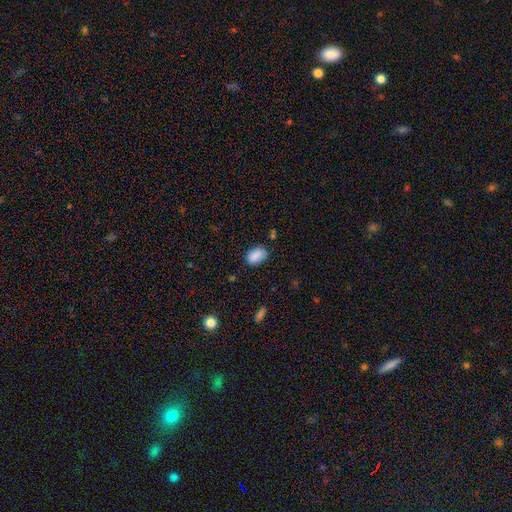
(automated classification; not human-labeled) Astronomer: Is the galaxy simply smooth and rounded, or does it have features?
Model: smooth — 88%.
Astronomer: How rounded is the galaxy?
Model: in between — 88%.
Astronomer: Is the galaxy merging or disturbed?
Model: none — 75%.